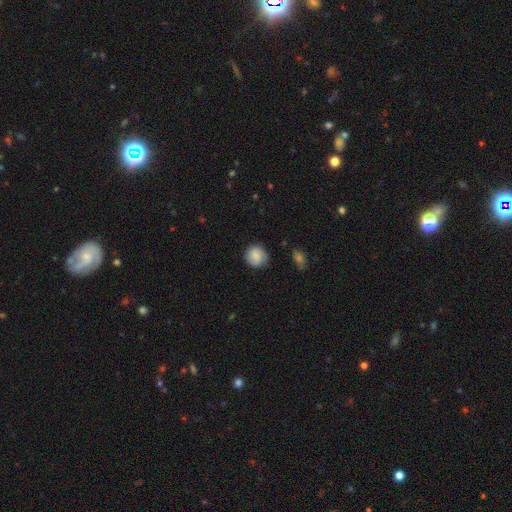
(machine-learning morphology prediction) Smooth or featured? smooth (70%)
How rounded? round (86%)
Merging? none (78%)